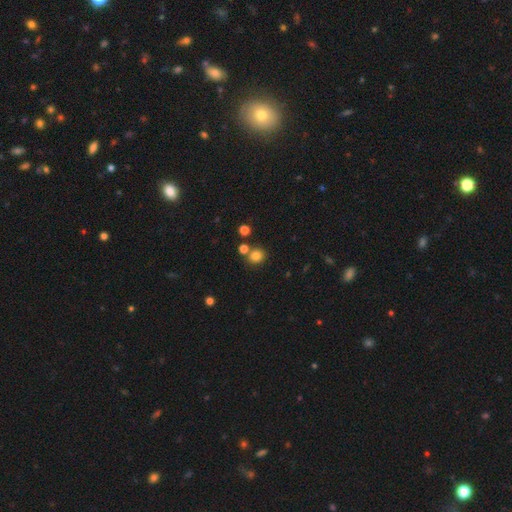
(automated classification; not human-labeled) Smooth or featured? Predicted: smooth (p=0.81). How rounded? Predicted: round (p=0.86). Merging? Predicted: none (p=0.72).